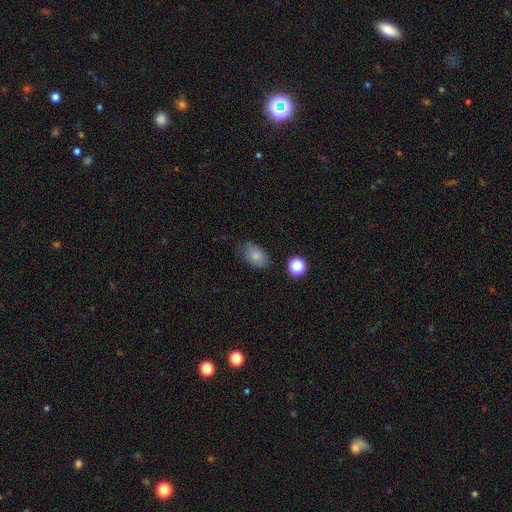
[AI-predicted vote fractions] Smooth or featured? Predicted: smooth (p=0.80). How rounded? Predicted: in between (p=0.86). Merging? Predicted: none (p=0.68).